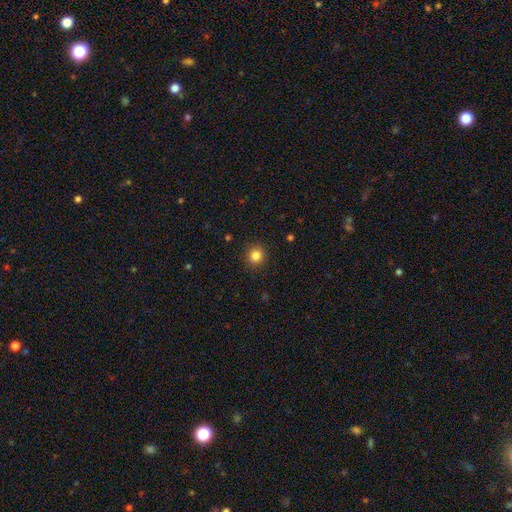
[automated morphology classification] Q: Smooth or featured?
A: smooth (84%); runner-up: star or artifact (11%)
Q: How rounded?
A: round (91%); runner-up: in between (8%)
Q: Merging?
A: none (91%); runner-up: minor disturbance (6%)